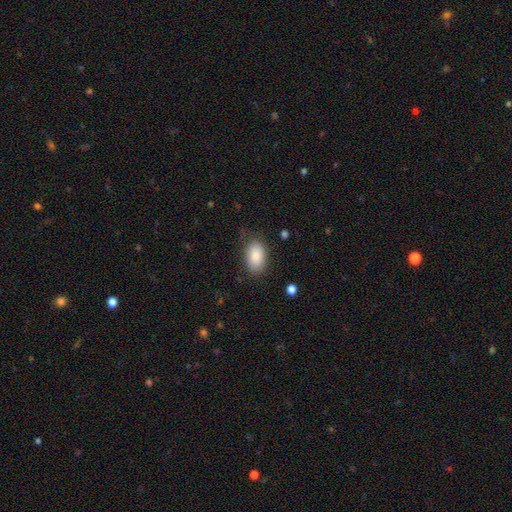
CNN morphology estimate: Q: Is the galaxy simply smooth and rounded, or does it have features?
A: smooth — 87%.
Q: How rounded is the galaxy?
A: in between — 92%.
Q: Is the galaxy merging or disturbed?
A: none — 77%.